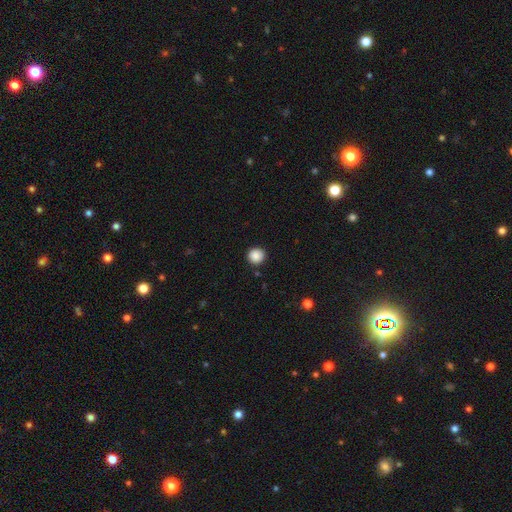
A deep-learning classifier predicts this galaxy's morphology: Smooth or featured? smooth (88%)
How rounded? round (93%)
Merging? none (90%)